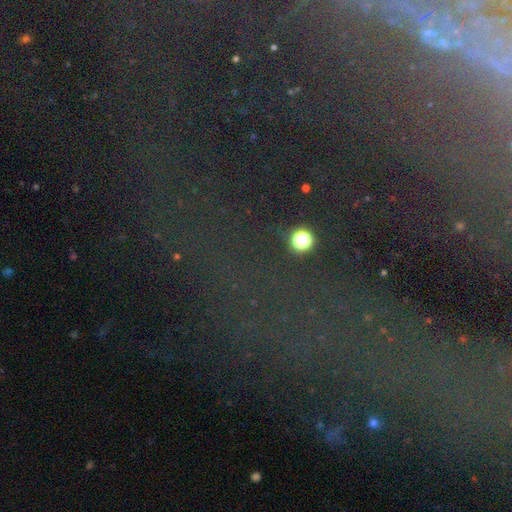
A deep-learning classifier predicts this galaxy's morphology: The model was most divided on "smooth or featured": star or artifact: 70%, featured or disk: 16%, smooth: 14%.